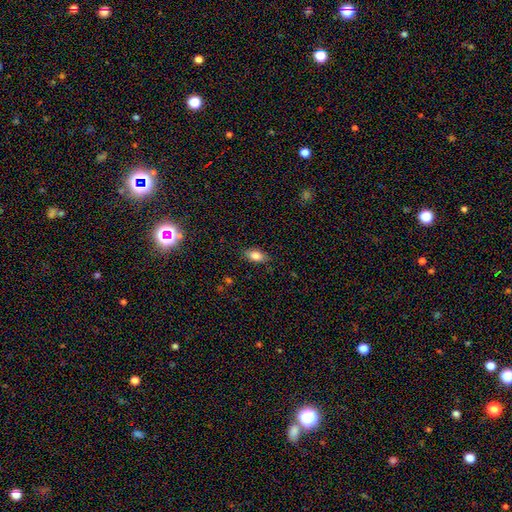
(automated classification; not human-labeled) A smooth galaxy with no disk features (83%) that is in between round and cigar-shaped (89%). Merging: none (84%).